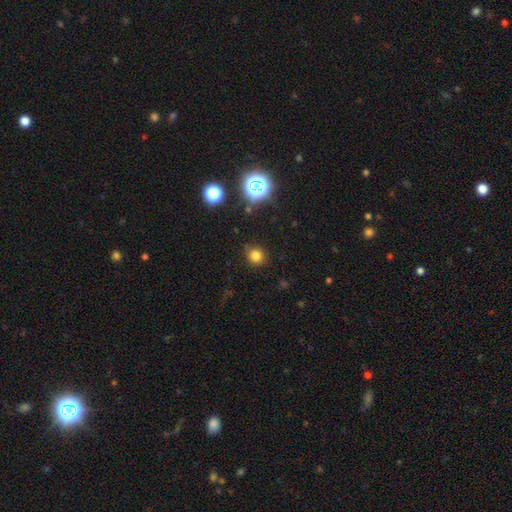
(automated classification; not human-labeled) smooth 78%, star or artifact 17%, featured or disk 5%. Down the decision tree: how rounded — round (90%); merging — none (88%).